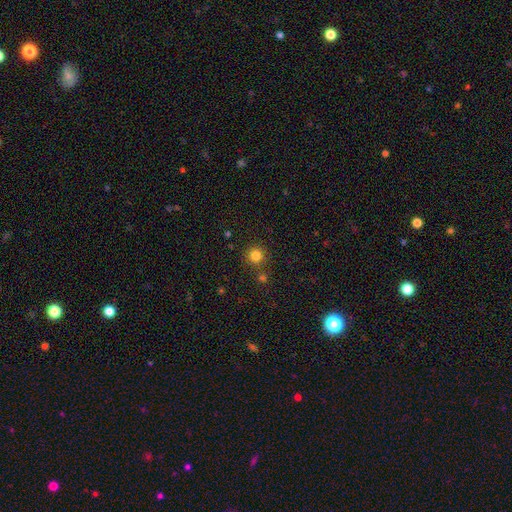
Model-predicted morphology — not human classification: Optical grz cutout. It shows a smooth galaxy with no disk features (81%) that is round (94%). Merging: none (81%).